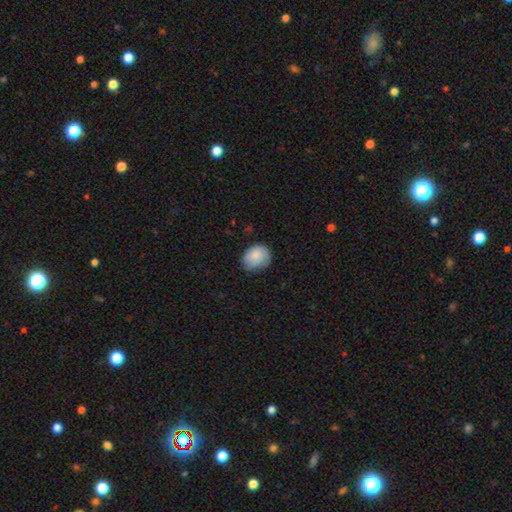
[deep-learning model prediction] Q: Smooth or featured?
A: smooth (84%); runner-up: featured or disk (9%)
Q: How rounded?
A: round (54%); runner-up: in between (45%)
Q: Merging?
A: none (69%); runner-up: minor disturbance (25%)